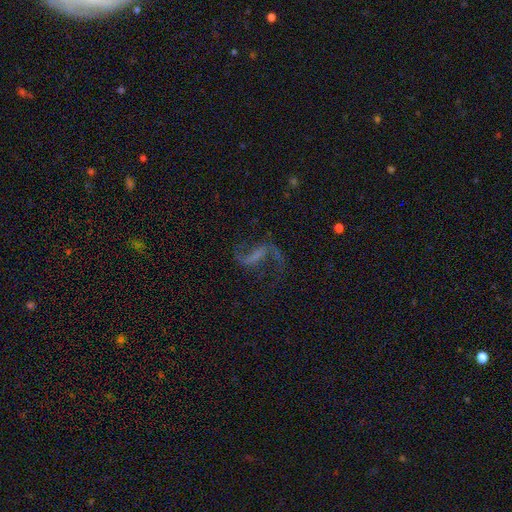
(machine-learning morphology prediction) The model was most divided on "bar": strong: 47%, weak: 35%, no: 18%. More confident: edge-on disk — no (97%); spiral arms — yes (94%); spiral arm count — 2 (92%); smooth or featured — featured or disk (85%); spiral winding — loose (81%); merging — none (71%); bulge size — none (67%).